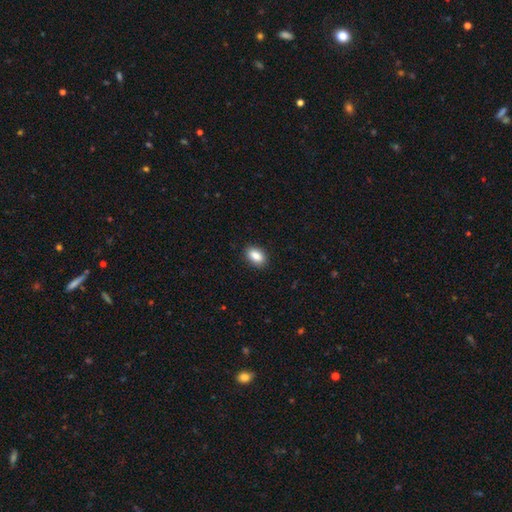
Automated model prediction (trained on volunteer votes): smooth-or-featured: smooth: 88% | star or artifact: 7% | featured or disk: 5%
  how-rounded: in between: 89% | round: 9% | cigar-shaped: 2%
  merging: none: 90% | minor disturbance: 8% | major disturbance: 2% | merger: 1%